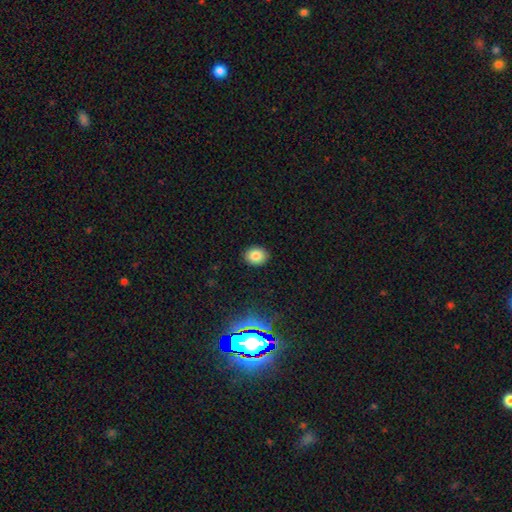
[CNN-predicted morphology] A smooth galaxy with no disk features (82%) that is round (53%).

Vote fractions:
- Smooth or featured? smooth: 82% / star or artifact: 12% / featured or disk: 6%
- How rounded? round: 53% / in between: 46% / cigar-shaped: 1%
- Merging? none: 89% / minor disturbance: 7% / major disturbance: 2% / merger: 1%